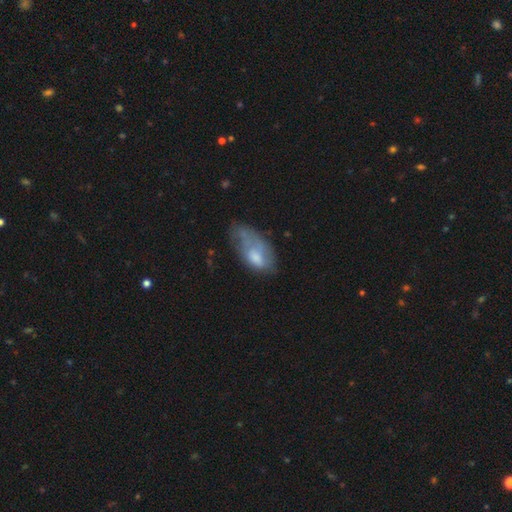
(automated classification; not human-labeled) smooth_or_featured: smooth (p=0.59) [alt: featured or disk p=0.34]
how_rounded: in between (p=0.91) [alt: cigar-shaped p=0.05]
merging: minor disturbance (p=0.33) [tied with: major disturbance p=0.33]